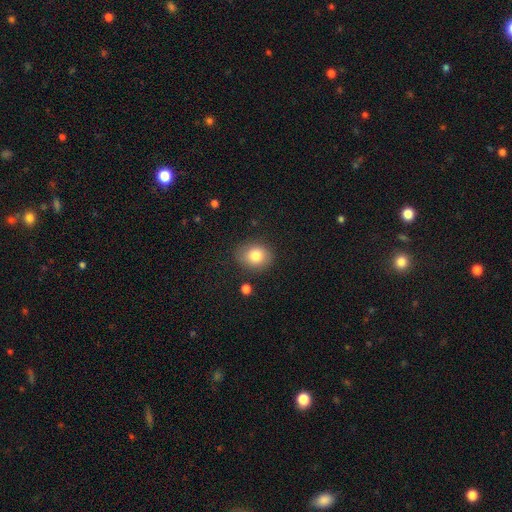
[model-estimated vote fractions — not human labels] Smooth or featured?
  - smooth: 81% *
  - featured or disk: 10%
  - star or artifact: 9%
How rounded?
  - round: 61% *
  - in between: 38%
  - cigar-shaped: 1%
Merging?
  - none: 83% *
  - minor disturbance: 12%
  - major disturbance: 3%
  - merger: 2%